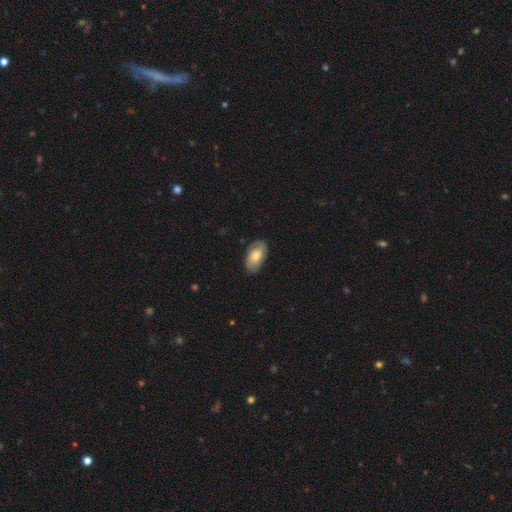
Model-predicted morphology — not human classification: This appears to be a smooth galaxy with no disk features (61%) that is in between round and cigar-shaped (93%). Merging: none (80%).